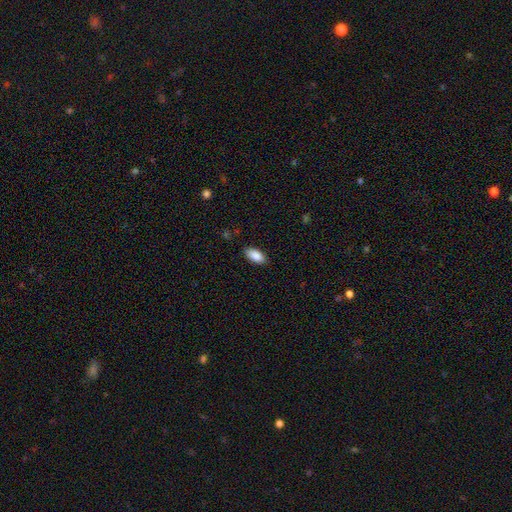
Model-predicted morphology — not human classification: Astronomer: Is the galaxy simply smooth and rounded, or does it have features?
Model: smooth — 88%.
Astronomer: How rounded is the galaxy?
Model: in between — 92%.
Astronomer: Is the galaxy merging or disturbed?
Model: none — 86%.